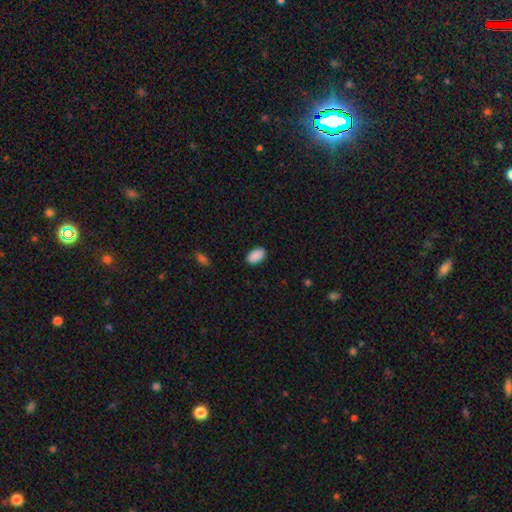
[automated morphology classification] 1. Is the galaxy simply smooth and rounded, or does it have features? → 91% smooth, 7% star or artifact, 3% featured or disk.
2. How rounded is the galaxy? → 93% in between, 5% round, 2% cigar-shaped.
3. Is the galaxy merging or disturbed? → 88% none, 9% minor disturbance, 2% major disturbance, 1% merger.